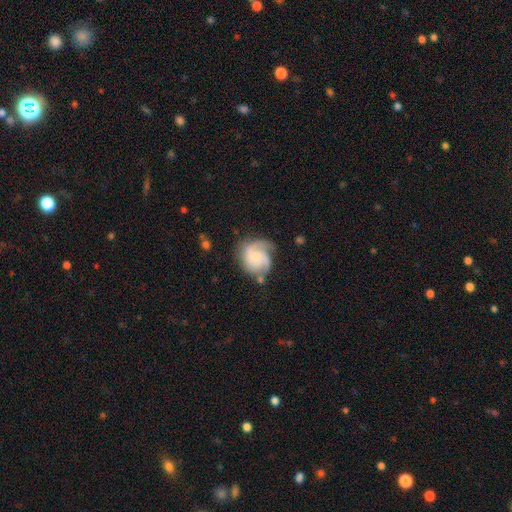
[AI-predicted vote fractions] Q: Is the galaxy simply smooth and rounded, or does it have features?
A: featured or disk — 75%.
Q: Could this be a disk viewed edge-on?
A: no — 98%.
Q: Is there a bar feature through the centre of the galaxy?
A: no — 69%.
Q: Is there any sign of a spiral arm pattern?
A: yes — 95%.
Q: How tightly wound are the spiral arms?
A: medium — 46%.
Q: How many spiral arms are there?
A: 3 — 46%.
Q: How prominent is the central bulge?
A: small — 61%.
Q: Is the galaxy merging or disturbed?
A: none — 58%.